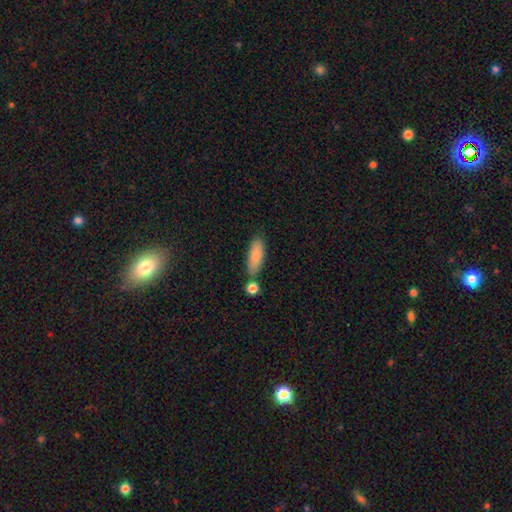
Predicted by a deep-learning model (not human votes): Smooth or featured? smooth (84%)
How rounded? in between (65%)
Merging? none (70%)